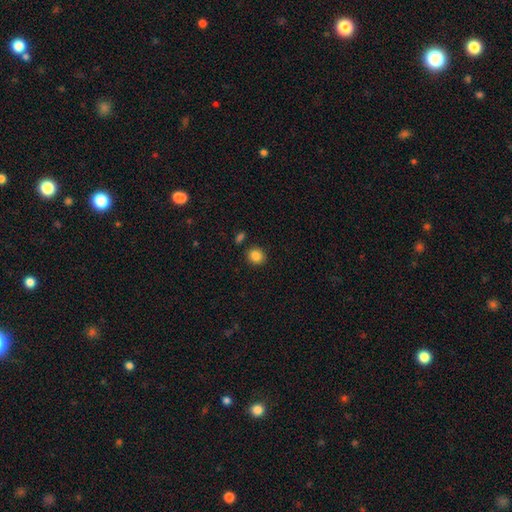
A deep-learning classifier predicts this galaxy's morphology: Smooth or featured: smooth — 86% (star or artifact — 9%)
How rounded: round — 75% (in between — 24%)
Merging: none — 87% (minor disturbance — 8%)